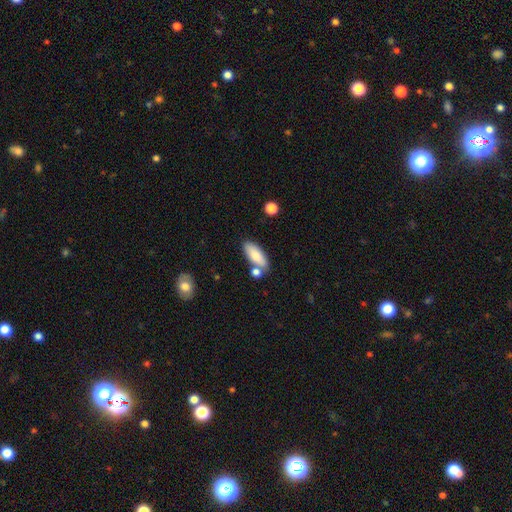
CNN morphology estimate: This appears to be a smooth galaxy with no disk features (82%) that is in between round and cigar-shaped (76%). Merging: none (68%).